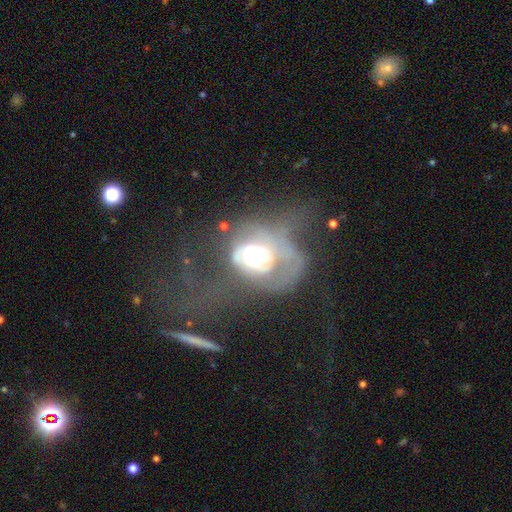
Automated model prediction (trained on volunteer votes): smooth_or_featured: featured or disk (p=0.59) [alt: smooth p=0.29]
disk_edge_on: no (p=0.96) [alt: yes p=0.04]
bar: no (p=0.73) [alt: weak p=0.19]
has_spiral_arms: no (p=0.60) [alt: yes p=0.40]
bulge_size: large (p=0.46) [alt: moderate p=0.35]
merging: major disturbance (p=0.61) [alt: none p=0.16]